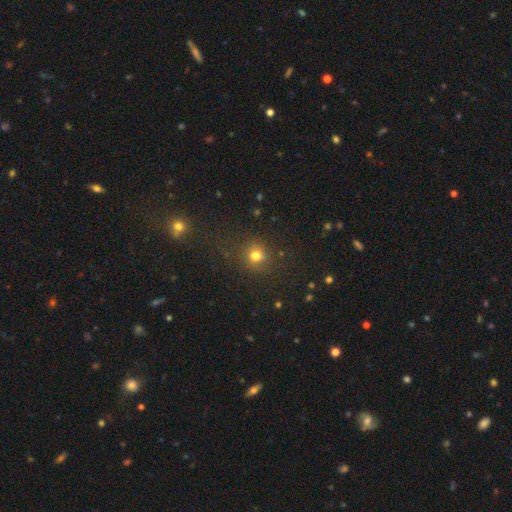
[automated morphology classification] type=smooth (74%); roundness=round (84%); merging=none (77%).